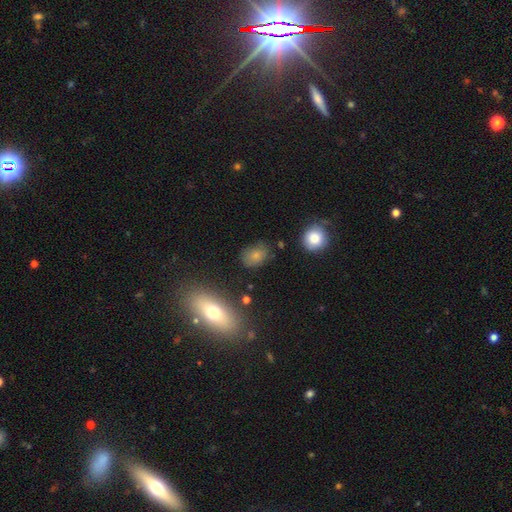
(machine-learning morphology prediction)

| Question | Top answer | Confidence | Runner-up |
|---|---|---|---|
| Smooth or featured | smooth | 74% | star or artifact (15%) |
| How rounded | in between | 69% | round (29%) |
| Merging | none | 67% | minor disturbance (23%) |